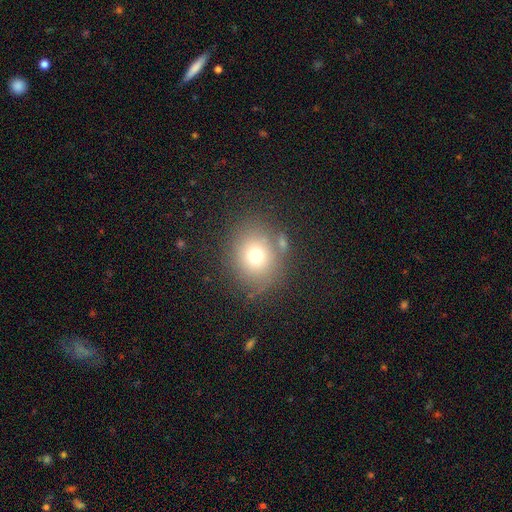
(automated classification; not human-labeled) smooth_or_featured: smooth (p=0.71) [alt: star or artifact p=0.17]
how_rounded: round (p=0.80) [alt: in between p=0.19]
merging: none (p=0.75) [alt: minor disturbance p=0.12]